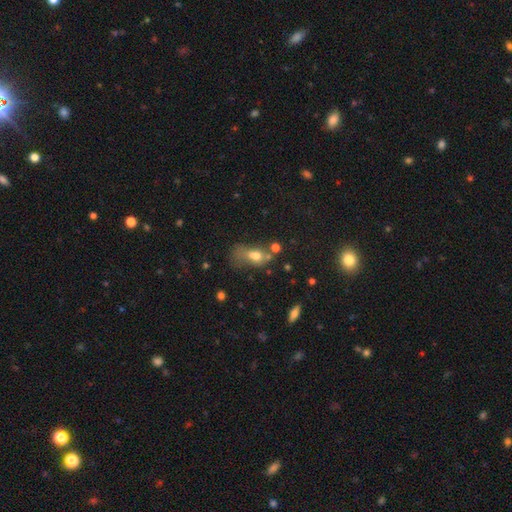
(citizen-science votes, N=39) A smooth galaxy with no disk features (69%) that is in between round and cigar-shaped (70%).

Vote fractions:
- Smooth or featured? smooth: 69% / featured or disk: 21% / star or artifact: 10%
- How rounded? in between: 70% / round: 26% / cigar-shaped: 4%
- Merging? major disturbance: 34% / merger: 31% / minor disturbance: 23% / none: 11%